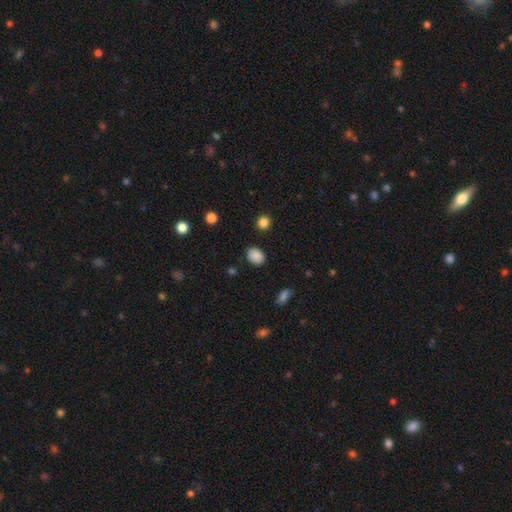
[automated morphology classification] smooth_or_featured: smooth (p=0.86) [alt: star or artifact p=0.10]
how_rounded: in between (p=0.59) [alt: round p=0.40]
merging: none (p=0.84) [alt: minor disturbance p=0.11]